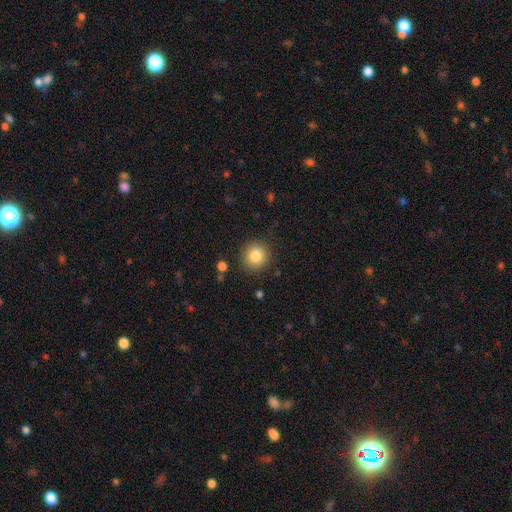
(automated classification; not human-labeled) Morphology: type=smooth (84%); roundness=round (90%); merging=none (88%).